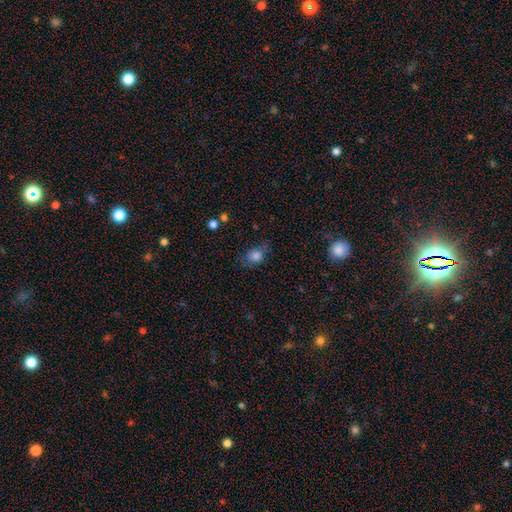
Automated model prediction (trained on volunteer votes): Overall: smooth (81%). How rounded: in between (56%; round 43%). Merging: none (60%; minor disturbance 27%).